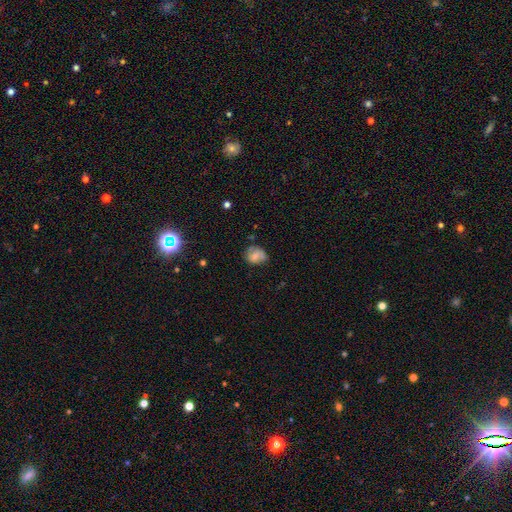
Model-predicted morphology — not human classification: This is possibly a smooth galaxy (56%). How rounded: possibly round (54%). Merging: possibly none (56%).